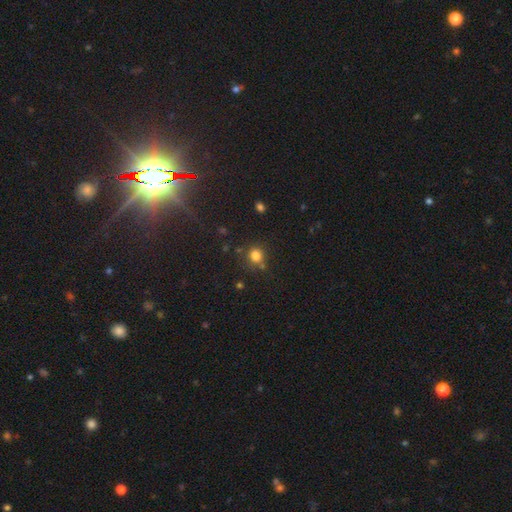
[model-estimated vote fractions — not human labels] Q: Smooth or featured?
A: smooth (80%); runner-up: star or artifact (14%)
Q: How rounded?
A: round (85%); runner-up: in between (14%)
Q: Merging?
A: none (72%); runner-up: minor disturbance (13%)